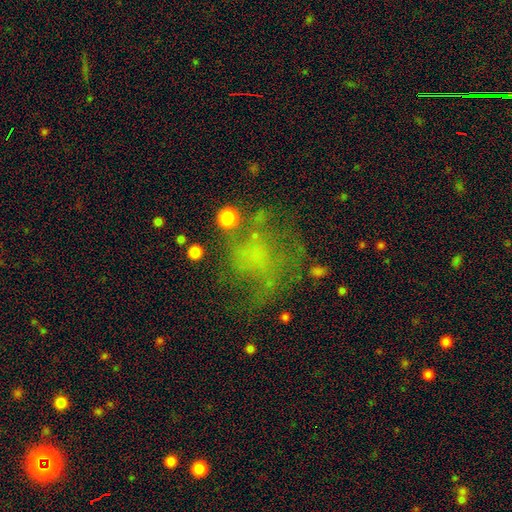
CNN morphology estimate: Smooth or featured? Predicted: featured or disk (p=0.47). Merging? Predicted: none (p=0.47).